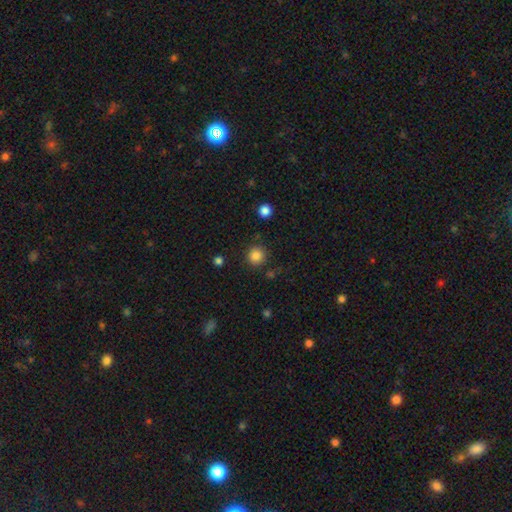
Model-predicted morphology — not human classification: smooth_or_featured: smooth (p=0.85) [alt: star or artifact p=0.11]
how_rounded: round (p=0.93) [alt: in between p=0.06]
merging: none (p=0.88) [alt: minor disturbance p=0.07]